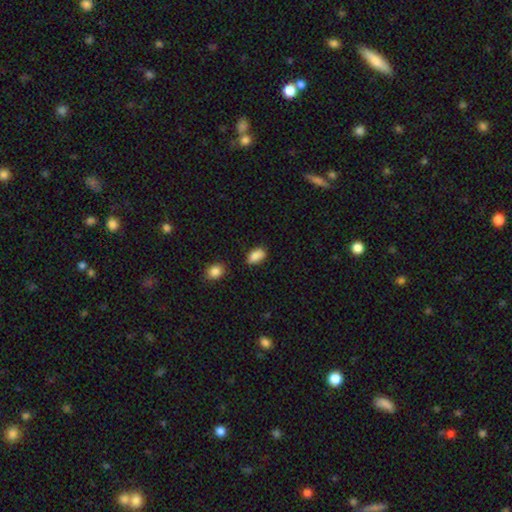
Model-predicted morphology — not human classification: type=smooth (88%); roundness=in between (91%); merging=none (76%).